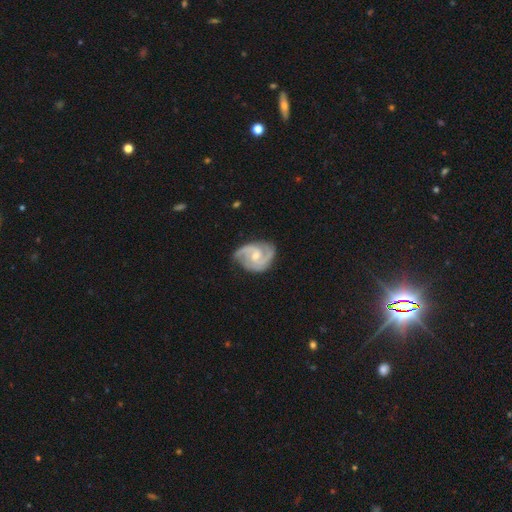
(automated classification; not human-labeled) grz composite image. It shows a featured or disk galaxy (91%) with no bar (50%), 2 (62%) medium (50%) spiral arms (98%) and a moderate central bulge (54%). Merging: none (72%).